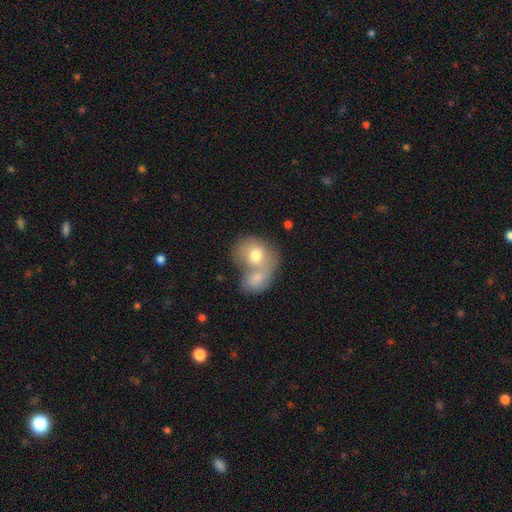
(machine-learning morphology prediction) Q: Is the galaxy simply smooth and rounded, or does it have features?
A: smooth — 71%.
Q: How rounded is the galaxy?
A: round — 60%.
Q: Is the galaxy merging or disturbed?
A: merger — 67%.